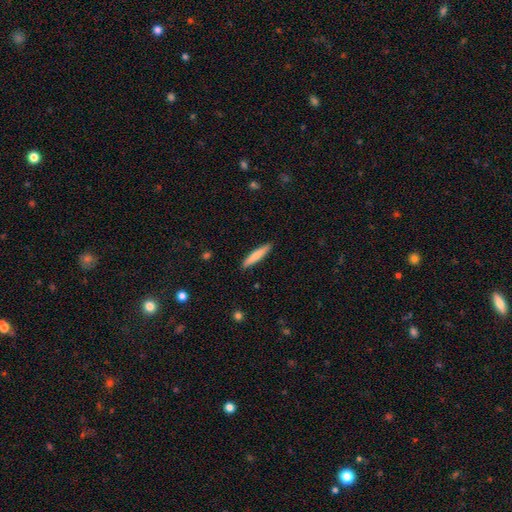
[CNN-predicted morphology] This is likely a smooth galaxy (73%). How rounded: clearly cigar-shaped (88%). Merging: clearly none (90%).